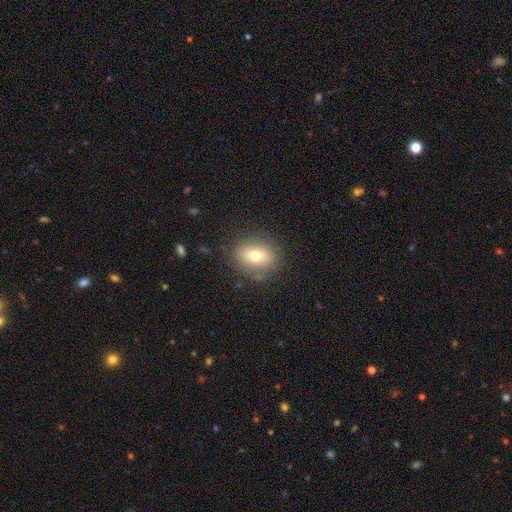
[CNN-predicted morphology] The model was most divided on "how rounded": round: 51%, in between: 48%, cigar-shaped: 1%. More confident: merging — none (82%); smooth or featured — smooth (71%).